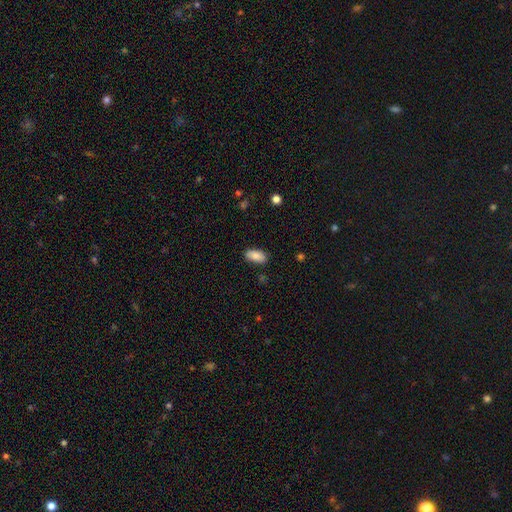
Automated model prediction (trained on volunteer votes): Q: Smooth or featured?
A: smooth (83%); runner-up: featured or disk (10%)
Q: How rounded?
A: in between (91%); runner-up: cigar-shaped (6%)
Q: Merging?
A: none (84%); runner-up: minor disturbance (12%)